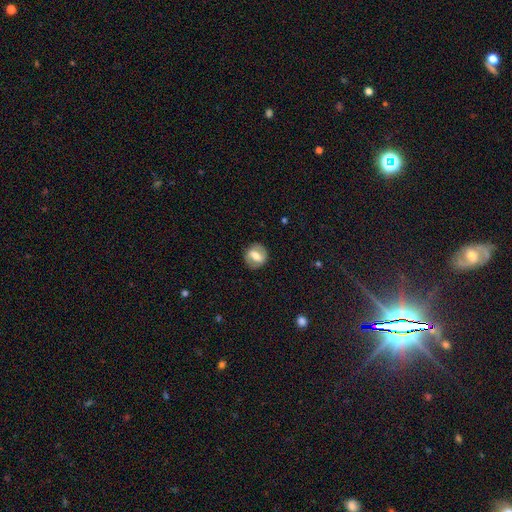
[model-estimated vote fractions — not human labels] Smooth or featured? featured or disk (55%)
Edge-on disk? no (94%)
Bar? strong (50%)
Spiral arms? yes (60%)
Bulge size? moderate (56%)
Merging? none (85%)